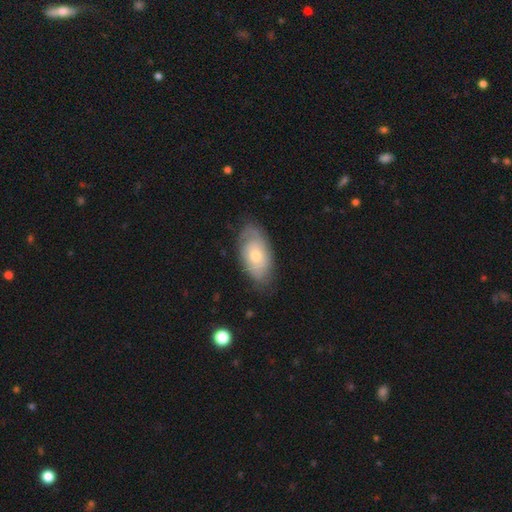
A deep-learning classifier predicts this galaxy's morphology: Smooth or featured? featured or disk (51%)
Edge-on disk? no (90%)
Merging? none (72%)